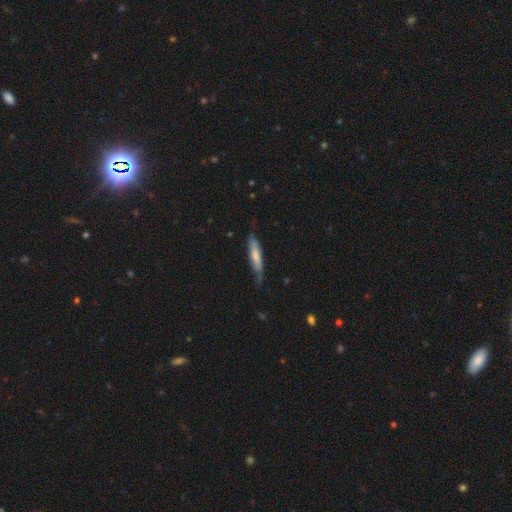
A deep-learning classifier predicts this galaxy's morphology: Overall: smooth (59%; featured or disk 36%). How rounded: cigar-shaped (82%). Merging: none (63%; minor disturbance 28%).